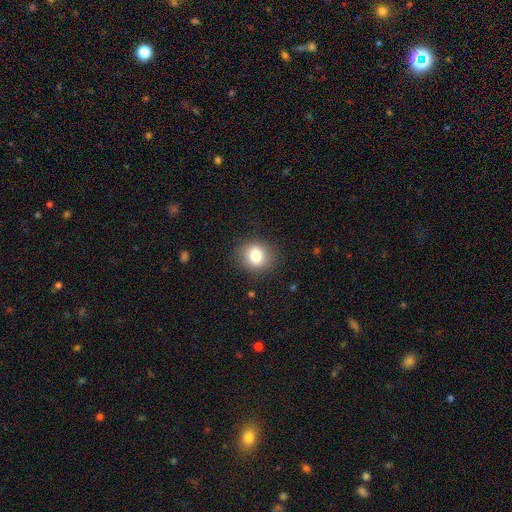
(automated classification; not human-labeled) A smooth galaxy with no disk features (80%) that is round (78%).

Vote fractions:
- Smooth or featured? smooth: 80% / star or artifact: 10% / featured or disk: 10%
- How rounded? round: 78% / in between: 21% / cigar-shaped: 1%
- Merging? none: 89% / minor disturbance: 8% / major disturbance: 3% / merger: 1%